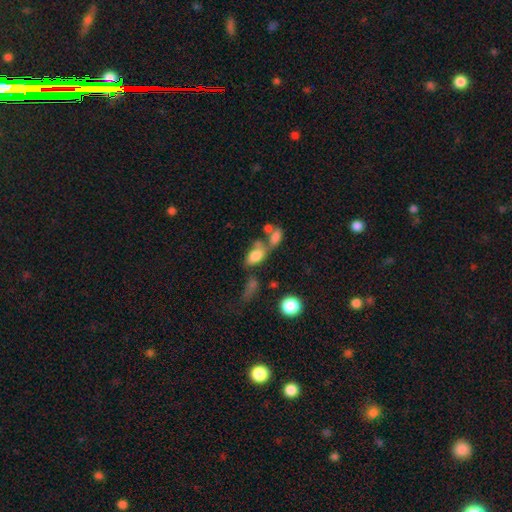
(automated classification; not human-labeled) A smooth galaxy with no disk features (74%) that is in between round and cigar-shaped (88%). Merging: merger (41%).